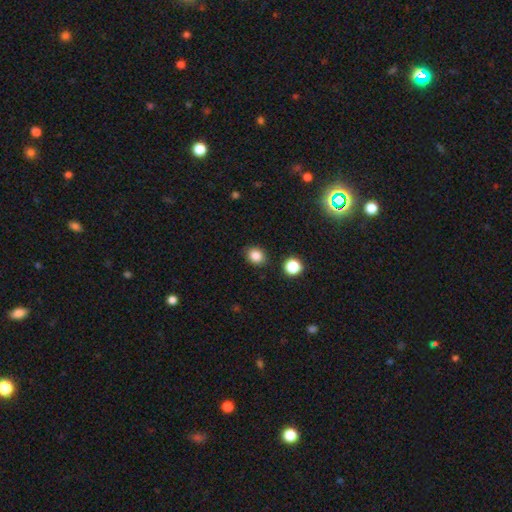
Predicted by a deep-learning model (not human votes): Smooth or featured? smooth (85%)
How rounded? round (65%)
Merging? none (87%)